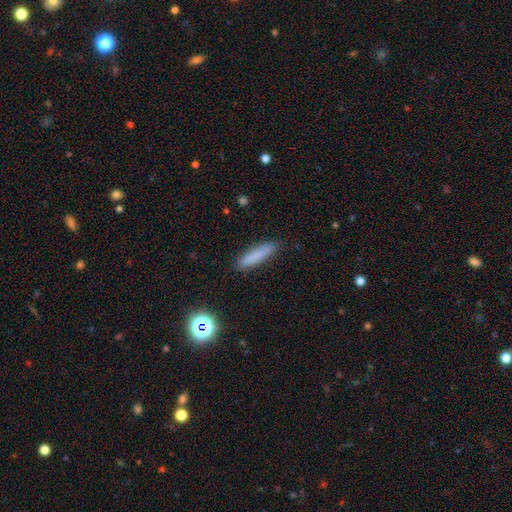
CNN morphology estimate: smooth 81%, featured or disk 10%, star or artifact 9%. Down the decision tree: how rounded — cigar-shaped (86%); merging — none (88%).